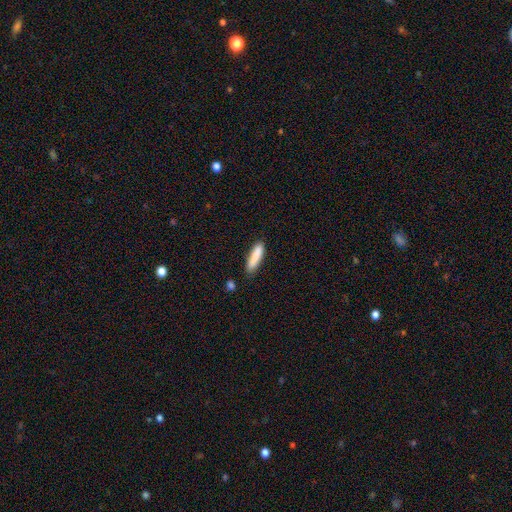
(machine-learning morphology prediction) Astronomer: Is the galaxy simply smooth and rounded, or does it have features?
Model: smooth — 86%.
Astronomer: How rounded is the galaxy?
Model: cigar-shaped — 78%.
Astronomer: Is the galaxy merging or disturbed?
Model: none — 82%.